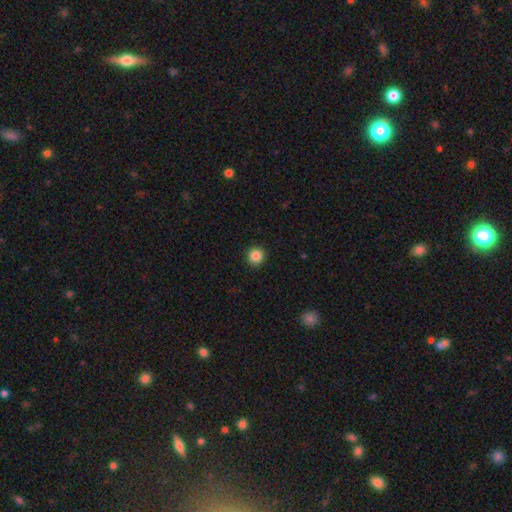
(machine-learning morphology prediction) smooth 86%, star or artifact 10%, featured or disk 4%. Down the decision tree: how rounded — round (95%); merging — none (93%).